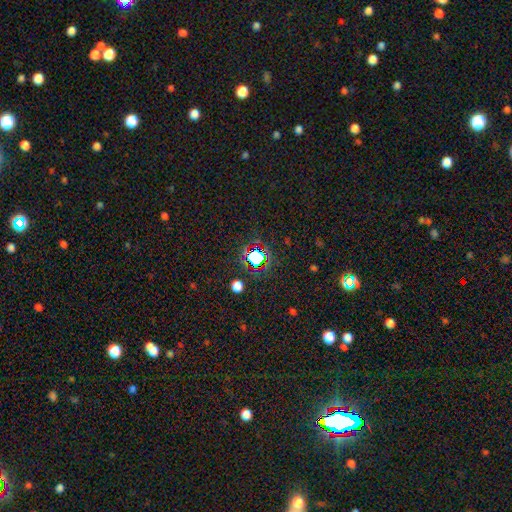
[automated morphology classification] smooth-or-featured: star or artifact: 67% | smooth: 23% | featured or disk: 10%